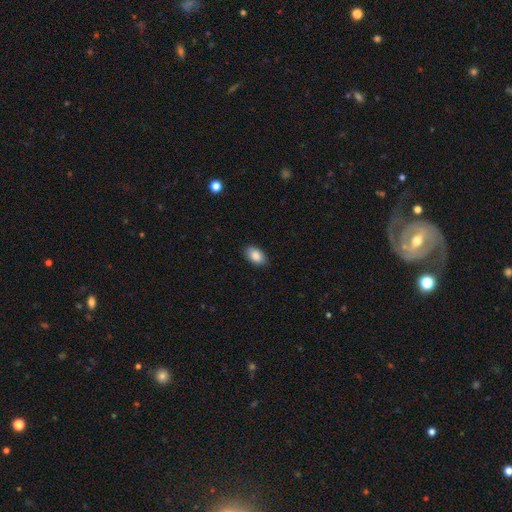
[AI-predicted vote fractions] Smooth or featured?
  - smooth: 88% *
  - star or artifact: 7%
  - featured or disk: 5%
How rounded?
  - in between: 92% *
  - round: 6%
  - cigar-shaped: 2%
Merging?
  - none: 87% *
  - minor disturbance: 10%
  - major disturbance: 2%
  - merger: 1%